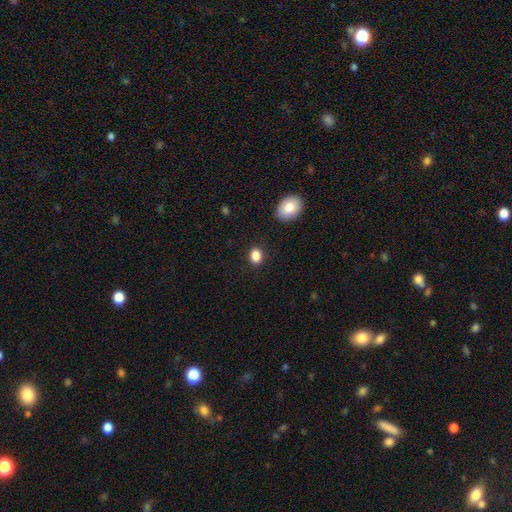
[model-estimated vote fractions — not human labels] smooth_or_featured: smooth (p=0.86) [alt: star or artifact p=0.10]
how_rounded: in between (p=0.67) [alt: round p=0.32]
merging: none (p=0.87) [alt: minor disturbance p=0.09]